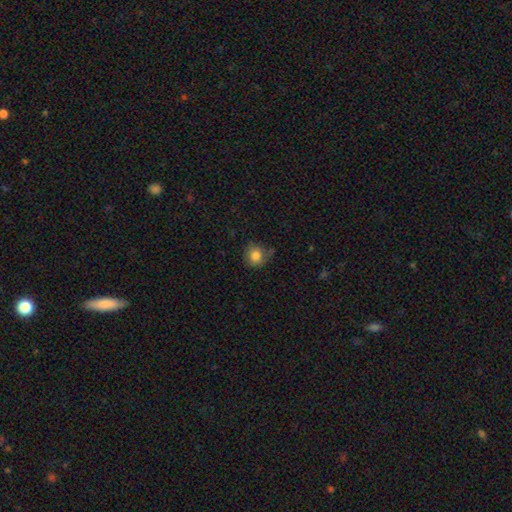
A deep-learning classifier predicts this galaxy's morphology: Smooth or featured? Predicted: smooth (p=0.81). How rounded? Predicted: round (p=0.87). Merging? Predicted: none (p=0.72).